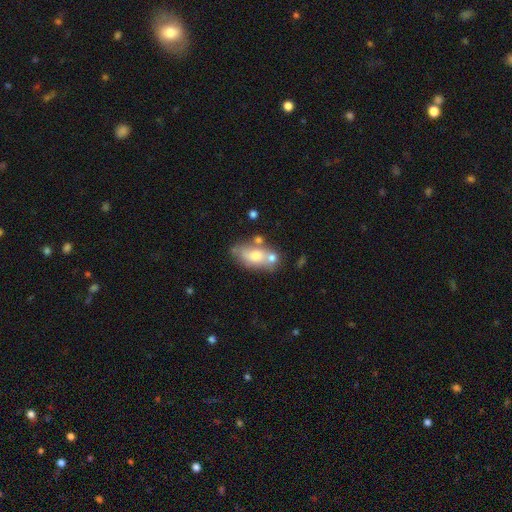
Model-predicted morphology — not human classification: Overall: smooth (61%; featured or disk 31%). How rounded: in between (85%). Merging: none (50%; merger 25%).